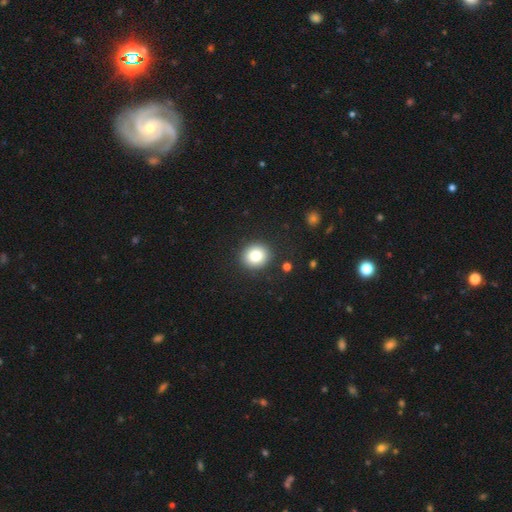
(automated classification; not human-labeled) Morphology: type=smooth (81%); roundness=round (84%); merging=none (90%).